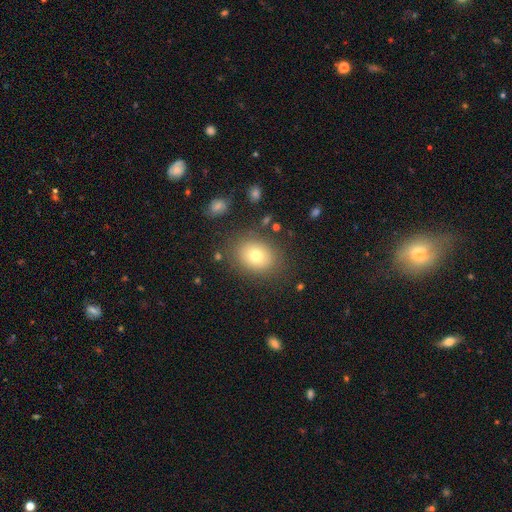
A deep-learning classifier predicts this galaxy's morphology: Q: Smooth or featured?
A: smooth (74%); runner-up: featured or disk (14%)
Q: How rounded?
A: in between (54%); runner-up: round (46%)
Q: Merging?
A: none (82%); runner-up: minor disturbance (11%)